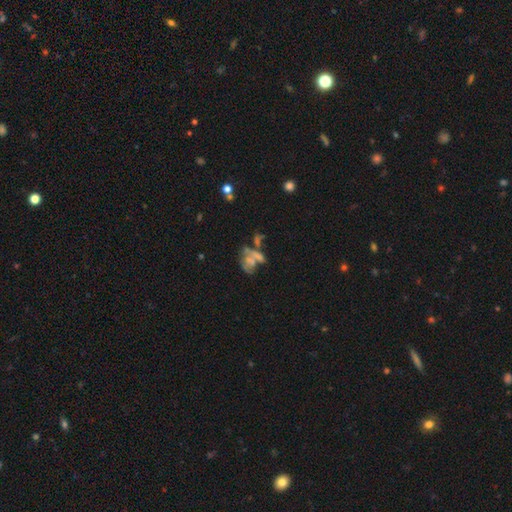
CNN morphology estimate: Smooth or featured: featured or disk — 48% (star or artifact — 26%)
Merging: merger — 38% (none — 29%)